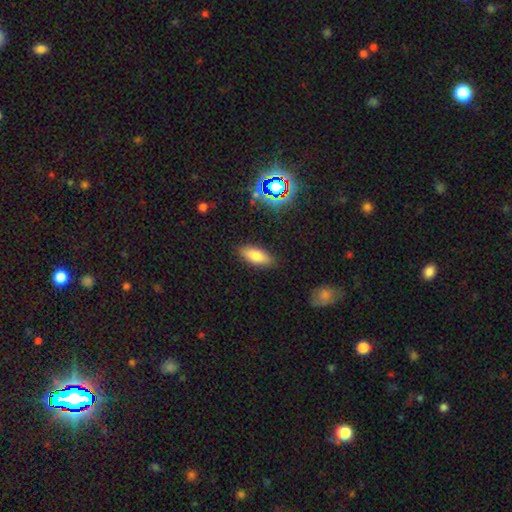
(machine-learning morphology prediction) A smooth galaxy with no disk features (78%) that is in between round and cigar-shaped (78%). Merging: none (86%).